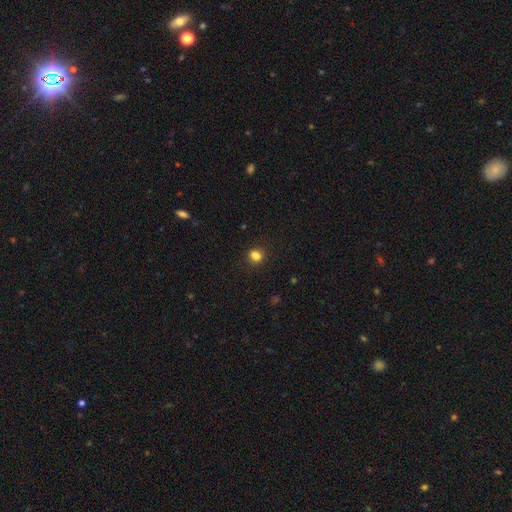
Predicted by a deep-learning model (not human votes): smooth 82%, star or artifact 13%, featured or disk 5%. Down the decision tree: how rounded — round (65%); merging — none (86%).